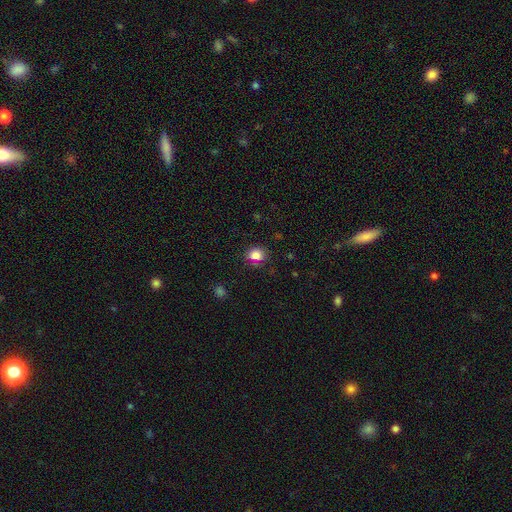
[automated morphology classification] A smooth galaxy with no disk features (80%) that is round (73%).

Vote fractions:
- Smooth or featured? smooth: 80% / star or artifact: 15% / featured or disk: 5%
- How rounded? round: 73% / in between: 26% / cigar-shaped: 1%
- Merging? none: 81% / minor disturbance: 12% / major disturbance: 4% / merger: 3%